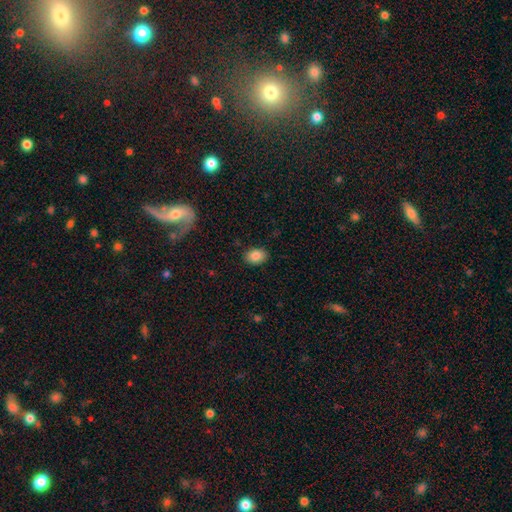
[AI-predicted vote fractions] Overall: smooth (85%). How rounded: in between (75%). Merging: none (88%).